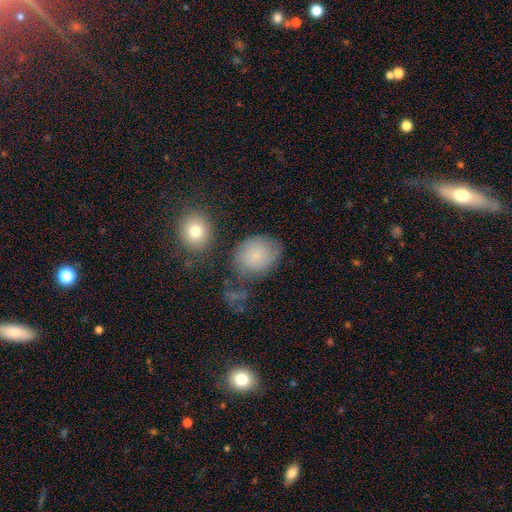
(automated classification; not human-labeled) Overall: smooth (77%). How rounded: in between (51%; round 48%). Merging: none (64%).